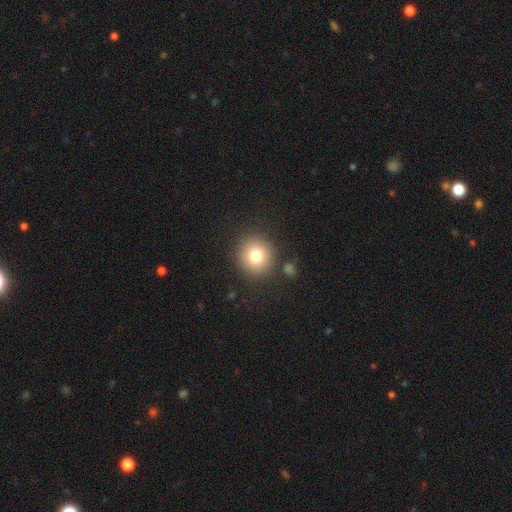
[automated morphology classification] This is likely a smooth galaxy (78%). How rounded: clearly round (91%). Merging: clearly none (86%).